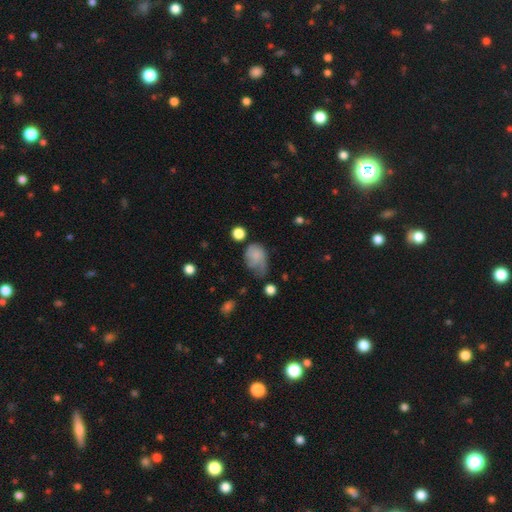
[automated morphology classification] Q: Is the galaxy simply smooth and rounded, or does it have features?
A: smooth — 65%.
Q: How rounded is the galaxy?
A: in between — 67%.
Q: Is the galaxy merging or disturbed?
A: major disturbance — 36%.